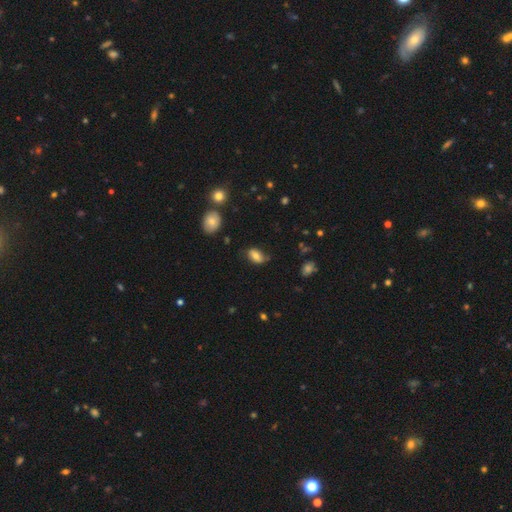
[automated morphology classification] Smooth or featured?
  - smooth: 68% *
  - featured or disk: 22%
  - star or artifact: 10%
How rounded?
  - in between: 87% *
  - round: 10%
  - cigar-shaped: 2%
Merging?
  - none: 56% *
  - minor disturbance: 30%
  - major disturbance: 11%
  - merger: 2%